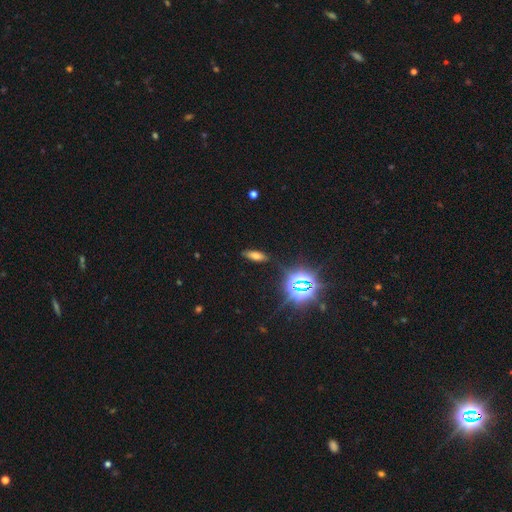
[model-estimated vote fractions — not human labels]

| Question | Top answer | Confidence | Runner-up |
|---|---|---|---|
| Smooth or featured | smooth | 58% | star or artifact (28%) |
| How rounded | in between | 66% | cigar-shaped (30%) |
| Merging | none | 84% | minor disturbance (11%) |